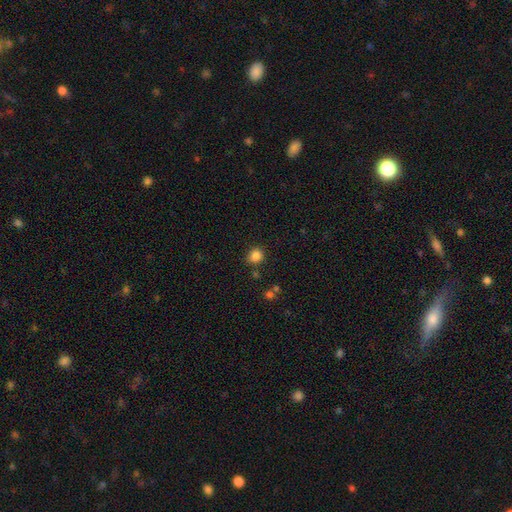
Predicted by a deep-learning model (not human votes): Overall: smooth (85%). How rounded: round (78%). Merging: none (80%).